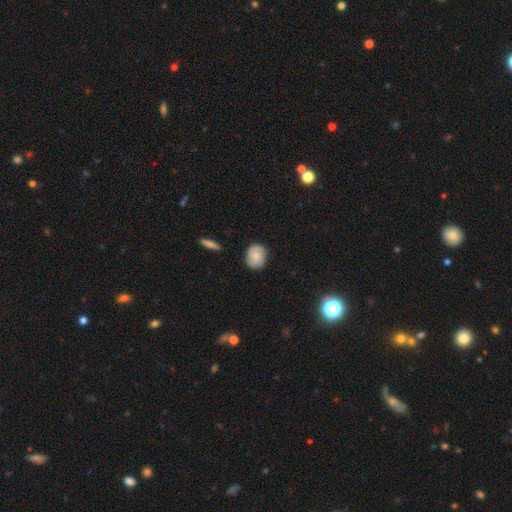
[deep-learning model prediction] This is likely a smooth galaxy (68%). How rounded: possibly round (59%). Merging: clearly none (81%).